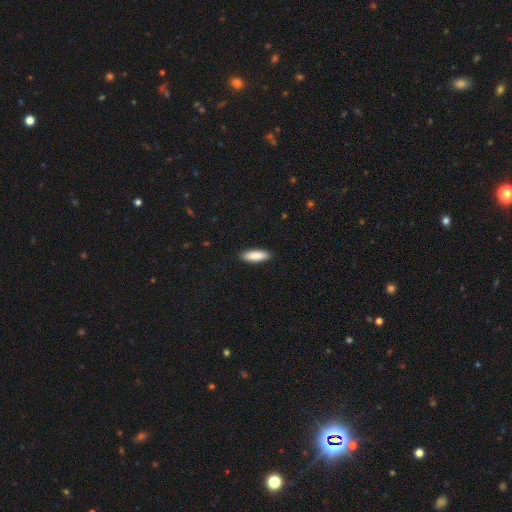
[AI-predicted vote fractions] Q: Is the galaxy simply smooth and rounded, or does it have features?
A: smooth — 87%.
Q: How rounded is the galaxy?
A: in between — 52%.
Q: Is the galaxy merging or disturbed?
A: none — 90%.